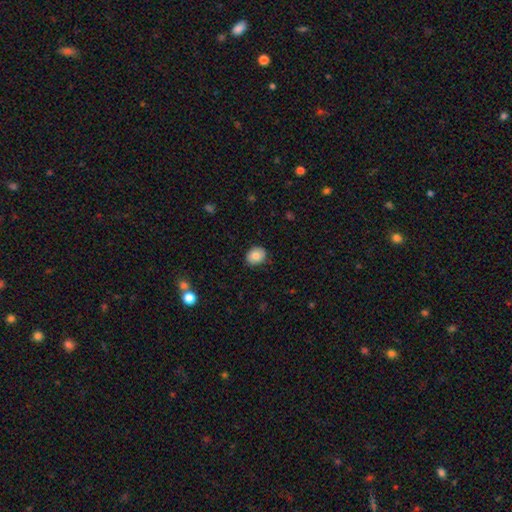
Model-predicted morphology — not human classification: smooth_or_featured: smooth (p=0.79) [alt: featured or disk p=0.13]
how_rounded: round (p=0.61) [alt: in between p=0.38]
merging: none (p=0.85) [alt: minor disturbance p=0.12]